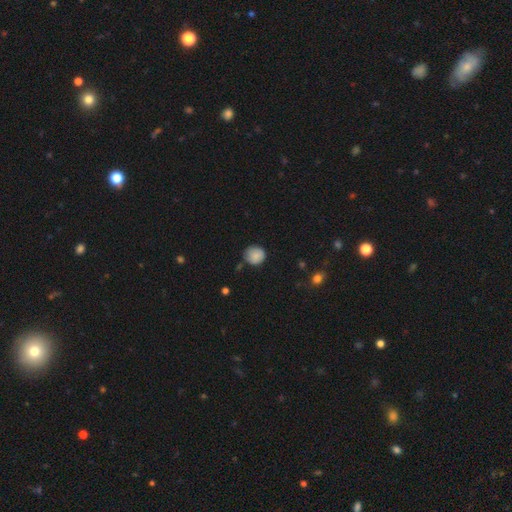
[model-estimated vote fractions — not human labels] Q: Smooth or featured?
A: smooth (84%); runner-up: featured or disk (8%)
Q: How rounded?
A: round (86%); runner-up: in between (13%)
Q: Merging?
A: none (70%); runner-up: minor disturbance (23%)